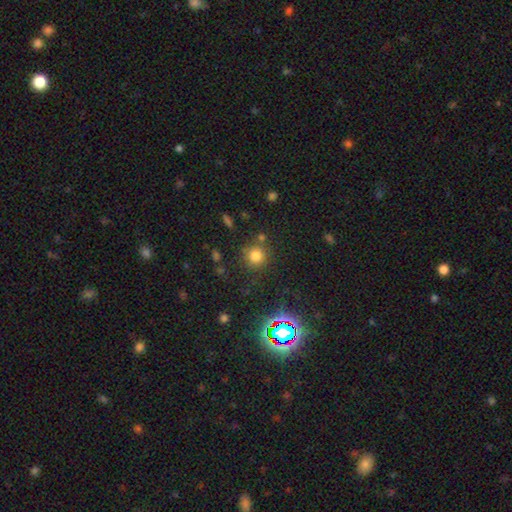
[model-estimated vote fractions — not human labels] A smooth galaxy with no disk features (74%) that is round (92%).

Vote fractions:
- Smooth or featured? smooth: 74% / star or artifact: 19% / featured or disk: 7%
- How rounded? round: 92% / in between: 7% / cigar-shaped: 1%
- Merging? none: 77% / minor disturbance: 10% / merger: 8% / major disturbance: 4%